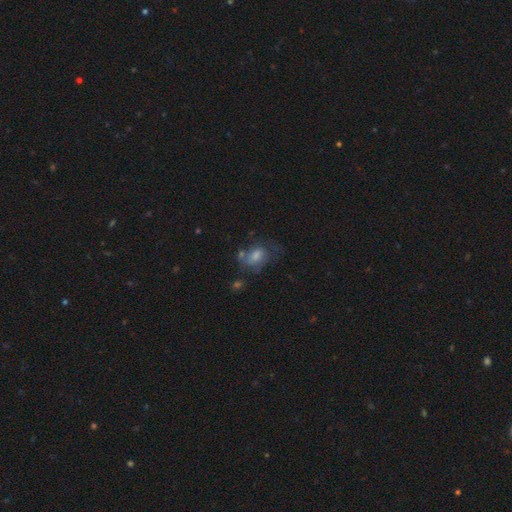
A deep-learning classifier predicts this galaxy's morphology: The model was most divided on "smooth or featured": smooth: 41%, featured or disk: 39%, star or artifact: 20%. Remaining: merging — none (48%).